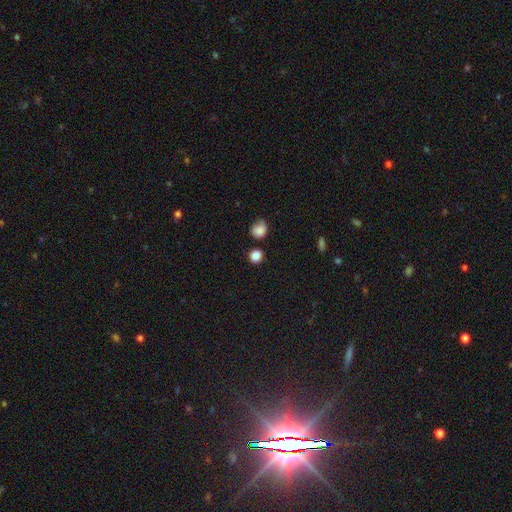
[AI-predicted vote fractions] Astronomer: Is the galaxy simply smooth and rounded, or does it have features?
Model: smooth — 85%.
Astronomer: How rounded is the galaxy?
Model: round — 89%.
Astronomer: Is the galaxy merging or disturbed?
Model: none — 80%.